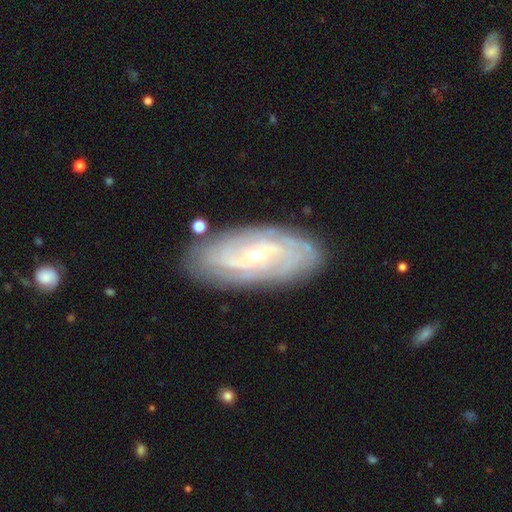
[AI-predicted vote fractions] Overall: featured or disk (82%). Edge-on disk: no (92%). Bar: no (51%; weak 36%). Spiral arms: yes (92%). Spiral arm count: can't tell (44%; 2 21%). Spiral winding: tight (65%; medium 26%). Bulge size: small (68%; moderate 29%). Merging: none (84%).